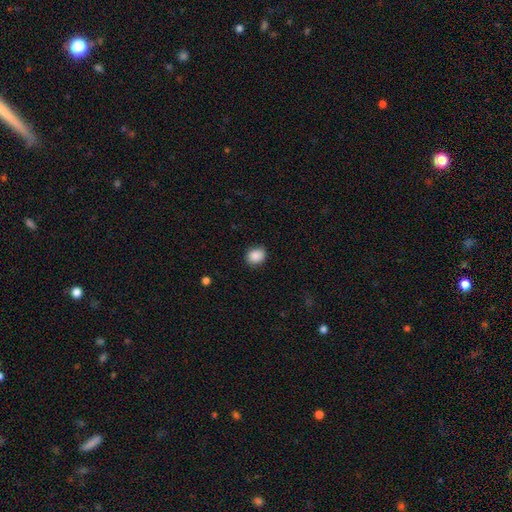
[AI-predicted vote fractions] The model was most divided on "how rounded": round: 57%, in between: 42%, cigar-shaped: 1%. More confident: smooth or featured — smooth (88%); merging — none (80%).